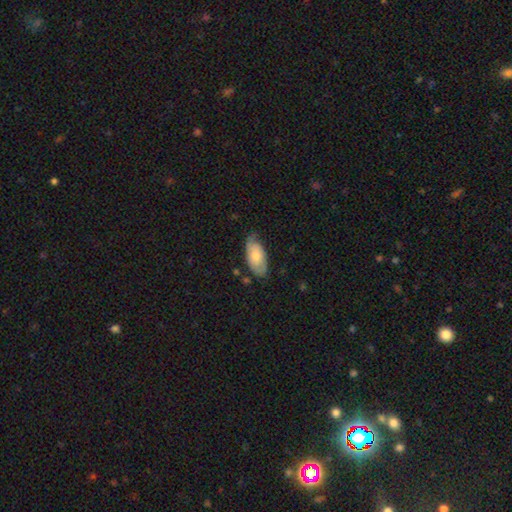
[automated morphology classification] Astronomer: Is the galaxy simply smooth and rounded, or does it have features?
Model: smooth — 61%.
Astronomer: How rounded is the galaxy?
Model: in between — 93%.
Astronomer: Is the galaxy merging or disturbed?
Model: none — 56% (runner-up: minor disturbance, 34%).